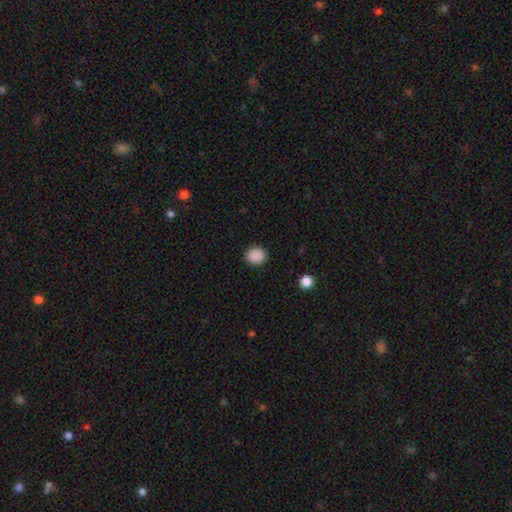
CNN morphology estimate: type=smooth (89%); roundness=round (73%); merging=none (89%).